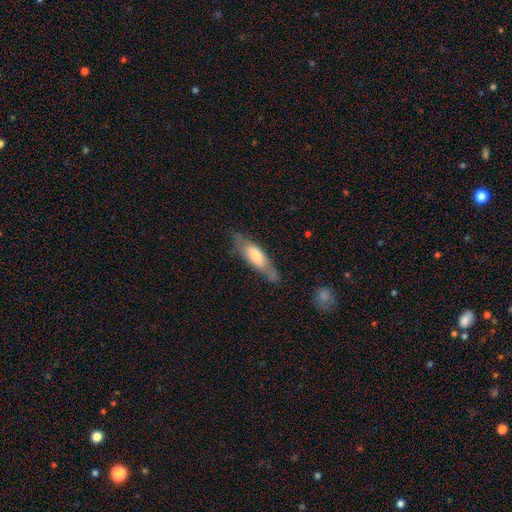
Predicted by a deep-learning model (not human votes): This appears to be a smooth galaxy with no disk features (57%) that is cigar-shaped (54%). Merging: none (72%).